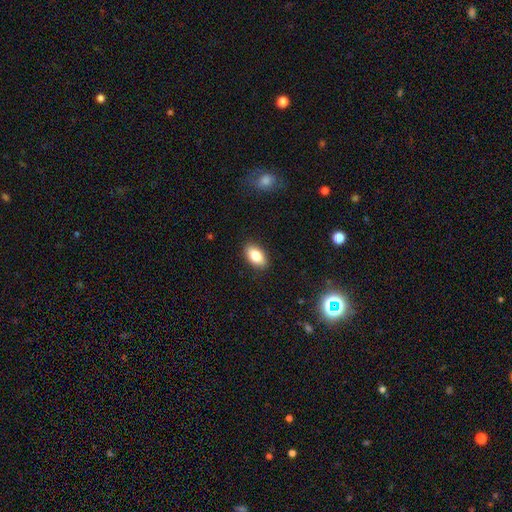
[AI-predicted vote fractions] Q: Smooth or featured?
A: smooth (83%); runner-up: featured or disk (9%)
Q: How rounded?
A: in between (92%); runner-up: round (5%)
Q: Merging?
A: none (88%); runner-up: minor disturbance (9%)